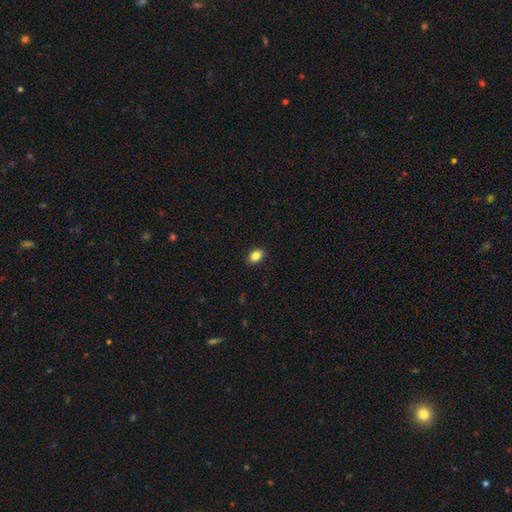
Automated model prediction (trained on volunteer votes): Smooth or featured: smooth — 85% (star or artifact — 9%)
How rounded: in between — 79% (round — 20%)
Merging: none — 90% (minor disturbance — 7%)